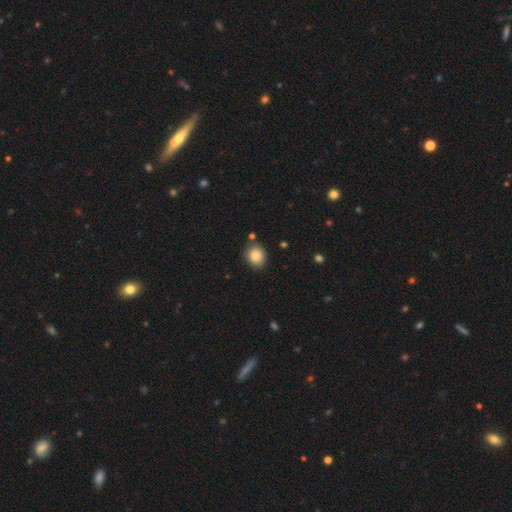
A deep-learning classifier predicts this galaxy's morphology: A smooth galaxy with no disk features (85%) that is round (65%).

Vote fractions:
- Smooth or featured? smooth: 85% / star or artifact: 9% / featured or disk: 6%
- How rounded? round: 65% / in between: 34% / cigar-shaped: 1%
- Merging? none: 82% / minor disturbance: 11% / merger: 4% / major disturbance: 2%